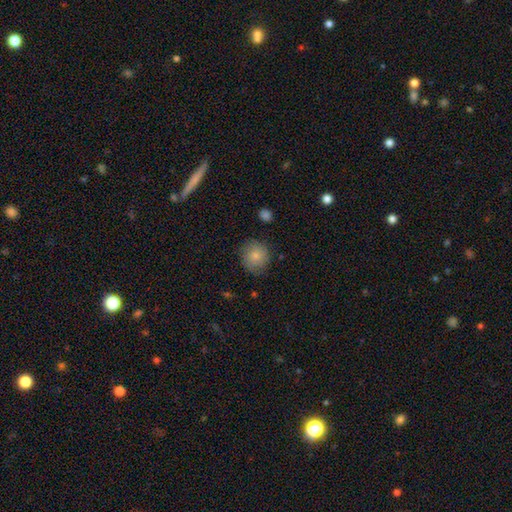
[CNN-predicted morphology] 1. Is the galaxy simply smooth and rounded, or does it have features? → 80% smooth, 12% featured or disk, 8% star or artifact.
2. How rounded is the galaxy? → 87% round, 12% in between, 1% cigar-shaped.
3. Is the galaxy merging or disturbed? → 79% none, 15% minor disturbance, 4% major disturbance, 2% merger.